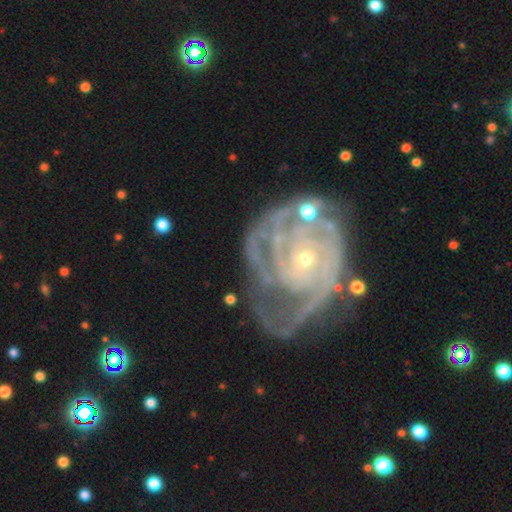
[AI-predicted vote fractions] This appears to be a featured or disk galaxy (90%) with no bar (74%), 3 (24%, tied with can't tell) tight (71%) spiral arms (97%) and a small central bulge (80%). Merging: none (52%).